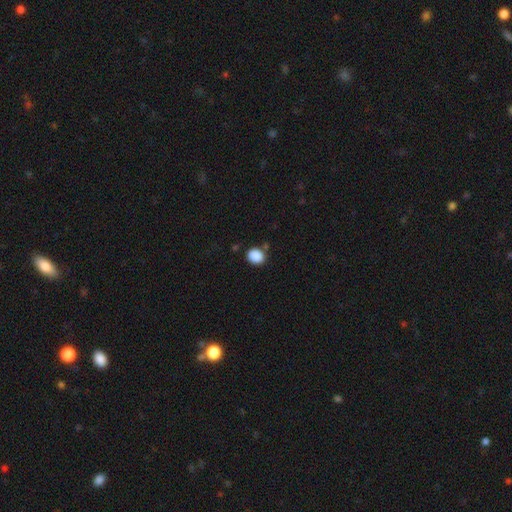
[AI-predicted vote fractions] This is clearly a smooth galaxy (89%). How rounded: likely round (66%). Merging: clearly none (83%).